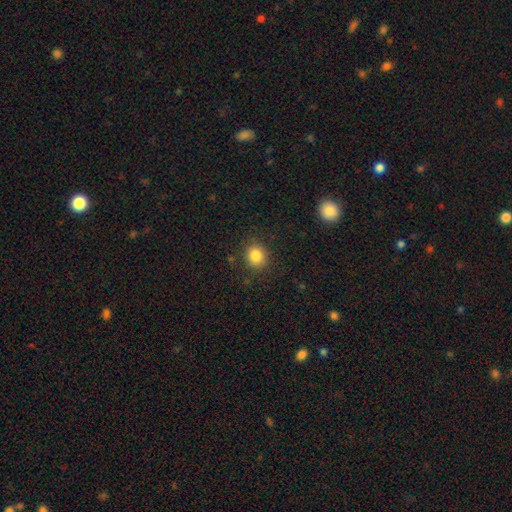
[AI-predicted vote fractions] A smooth galaxy with no disk features (84%) that is round (80%). Merging: none (87%).